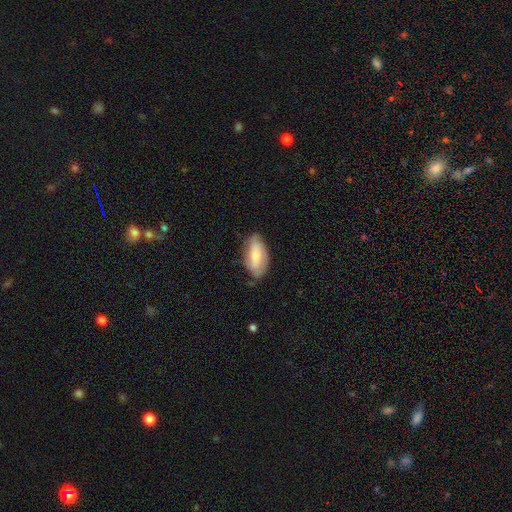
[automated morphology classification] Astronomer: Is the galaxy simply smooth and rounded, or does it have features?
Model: smooth — 66%.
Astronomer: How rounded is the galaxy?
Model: in between — 90%.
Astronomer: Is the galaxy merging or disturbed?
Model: none — 67%.